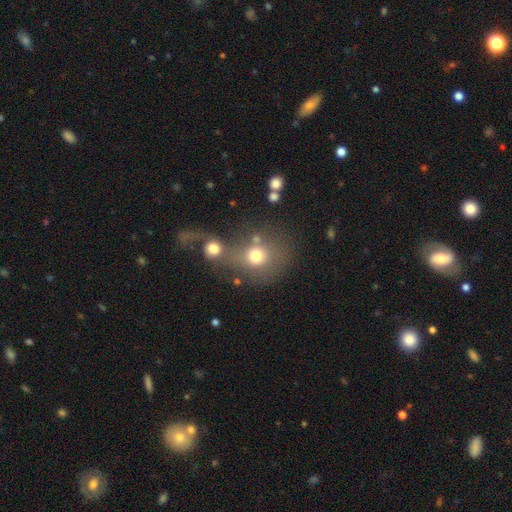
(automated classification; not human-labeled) This appears to be a smooth galaxy with no disk features (69%) that is round (75%). Merging: merger (52%).